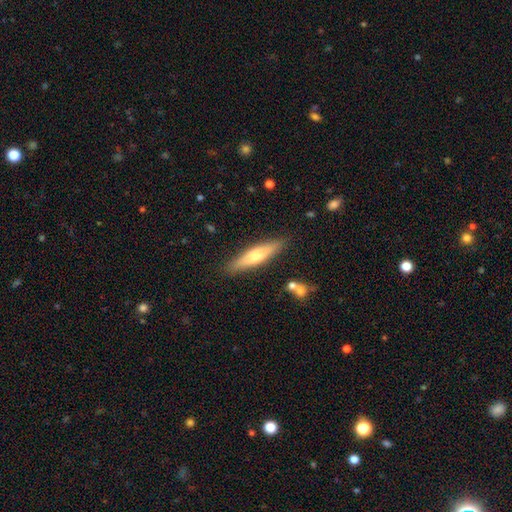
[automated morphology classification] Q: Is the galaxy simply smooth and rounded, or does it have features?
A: smooth — 54%.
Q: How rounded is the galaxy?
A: cigar-shaped — 80%.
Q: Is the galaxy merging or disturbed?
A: none — 86%.